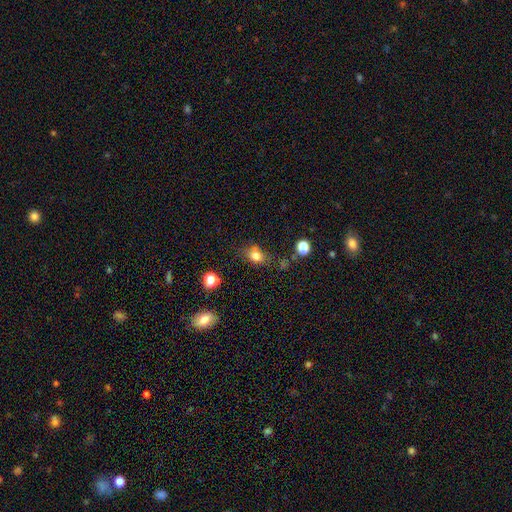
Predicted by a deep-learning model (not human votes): This appears to be a smooth galaxy with no disk features (78%) that is in between round and cigar-shaped (56%). Merging: none (61%).